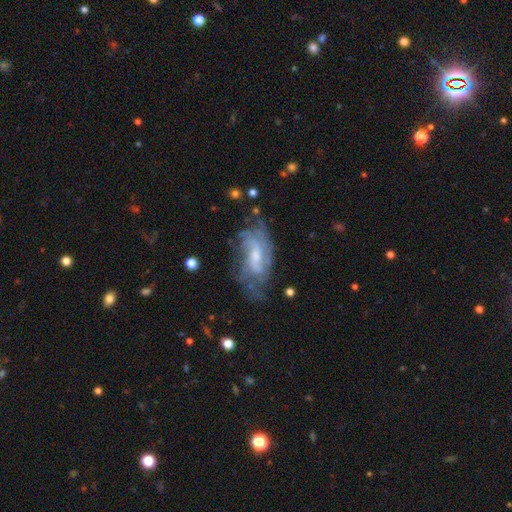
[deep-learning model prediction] The model was most divided on "bar": weak: 45%, no: 44%, strong: 11%. Remaining: edge-on disk — no (93%); spiral arms — yes (86%); smooth or featured — featured or disk (77%); merging — none (58%); bulge size — moderate (48%); spiral arm count — can't tell (44%); spiral winding — medium (42%).